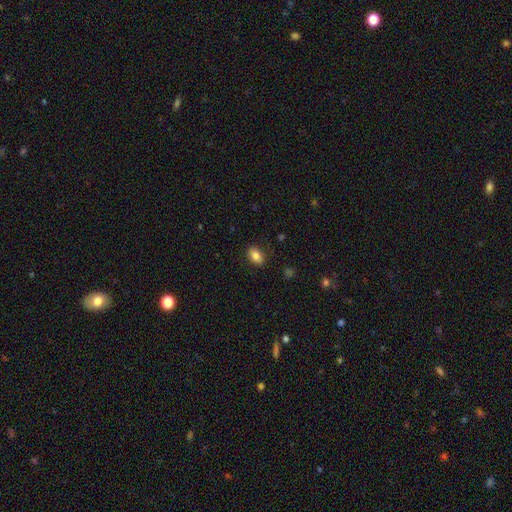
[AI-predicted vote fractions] smooth 84%, star or artifact 9%, featured or disk 7%. Down the decision tree: how rounded — in between (84%); merging — none (86%).